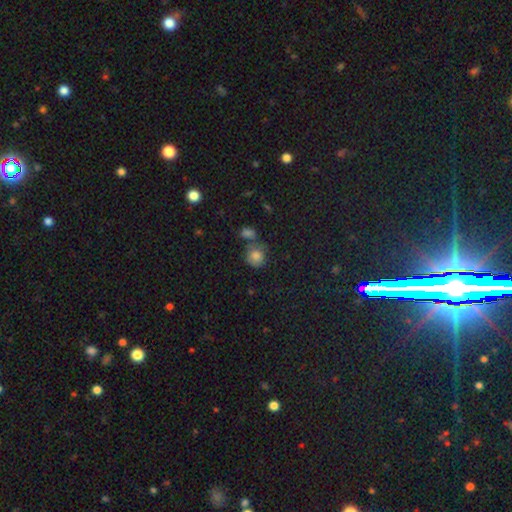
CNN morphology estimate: A smooth galaxy with no disk features (78%) that is round (82%).

Vote fractions:
- Smooth or featured? smooth: 78% / star or artifact: 12% / featured or disk: 11%
- How rounded? round: 82% / in between: 17% / cigar-shaped: 1%
- Merging? none: 50% / merger: 24% / minor disturbance: 17% / major disturbance: 8%